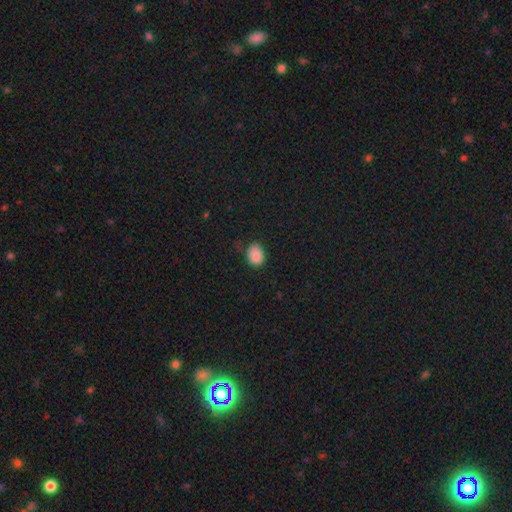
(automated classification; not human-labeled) The model was most divided on "how rounded": in between: 67%, round: 32%, cigar-shaped: 1%. More confident: smooth or featured — smooth (87%); merging — none (68%).